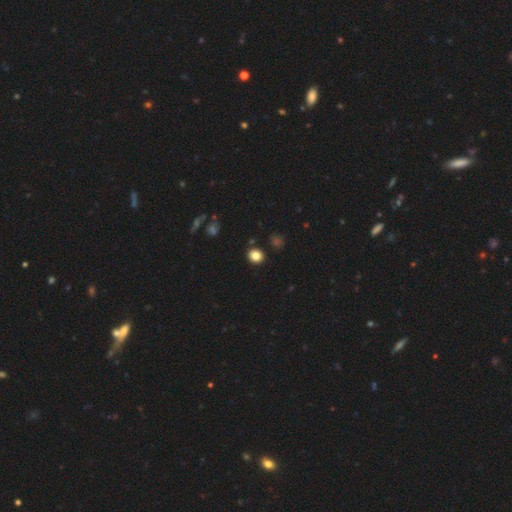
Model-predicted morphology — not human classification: A smooth galaxy with no disk features (84%) that is round (79%).

Vote fractions:
- Smooth or featured? smooth: 84% / star or artifact: 11% / featured or disk: 5%
- How rounded? round: 79% / in between: 20% / cigar-shaped: 1%
- Merging? none: 89% / minor disturbance: 6% / merger: 3% / major disturbance: 2%